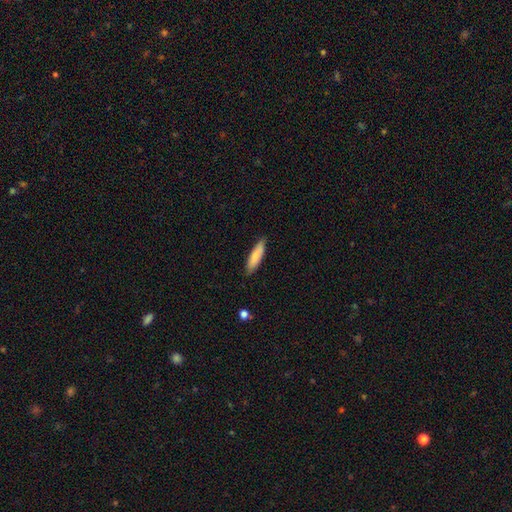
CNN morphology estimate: Q: Smooth or featured?
A: smooth (80%); runner-up: featured or disk (15%)
Q: How rounded?
A: cigar-shaped (71%); runner-up: in between (27%)
Q: Merging?
A: none (85%); runner-up: minor disturbance (12%)